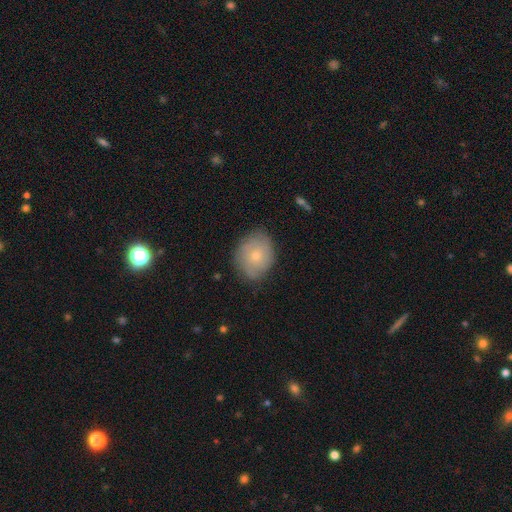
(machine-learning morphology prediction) Smooth or featured: smooth — 61% (featured or disk — 30%)
How rounded: round — 54% (in between — 45%)
Merging: none — 74% (minor disturbance — 21%)